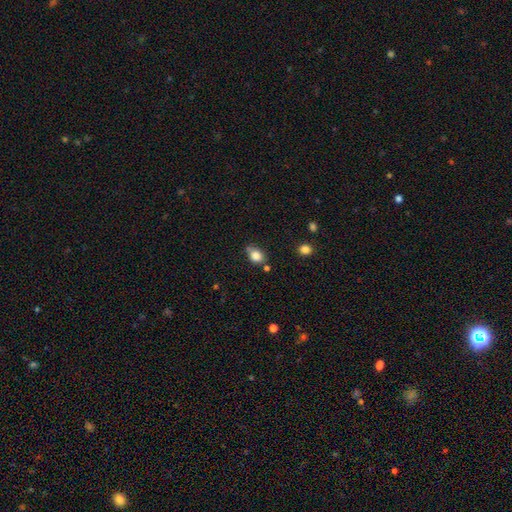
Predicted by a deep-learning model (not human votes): A smooth galaxy with no disk features (83%) that is in between round and cigar-shaped (58%).

Vote fractions:
- Smooth or featured? smooth: 83% / star or artifact: 10% / featured or disk: 7%
- How rounded? in between: 58% / round: 41% / cigar-shaped: 1%
- Merging? none: 61% / minor disturbance: 22% / merger: 12% / major disturbance: 5%